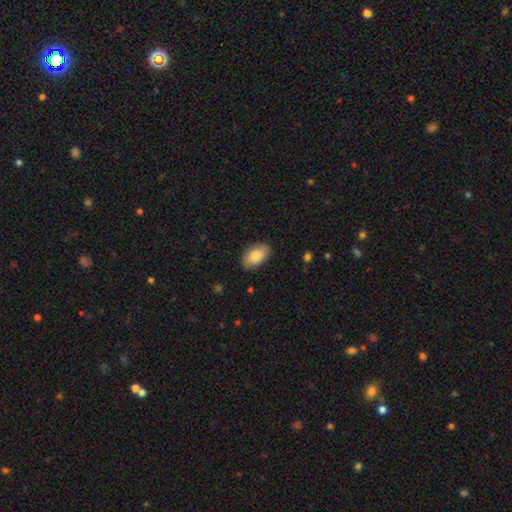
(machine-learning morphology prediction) type=smooth (84%); roundness=in between (94%); merging=none (85%).